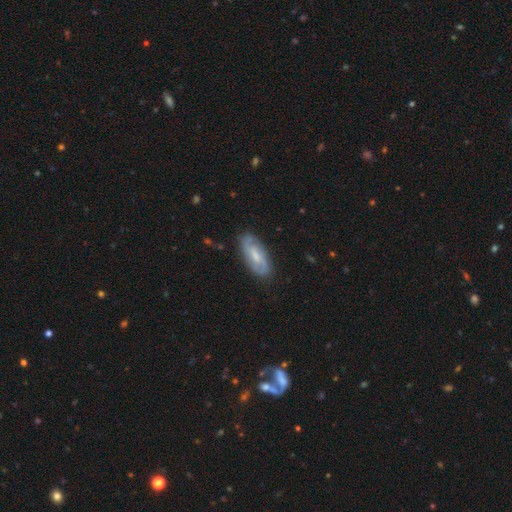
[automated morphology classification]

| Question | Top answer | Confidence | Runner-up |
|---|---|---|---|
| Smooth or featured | featured or disk | 61% | smooth (33%) |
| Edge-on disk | no | 91% | yes (9%) |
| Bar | weak | 51% | no (35%) |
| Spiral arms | yes | 85% | no (15%) |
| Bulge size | small | 45% | moderate (42%) |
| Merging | none | 81% | minor disturbance (14%) |